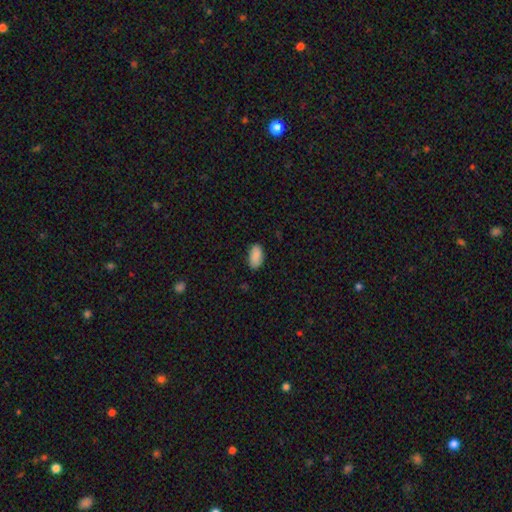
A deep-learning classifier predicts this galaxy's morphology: Smooth or featured? smooth (89%)
How rounded? in between (94%)
Merging? none (81%)